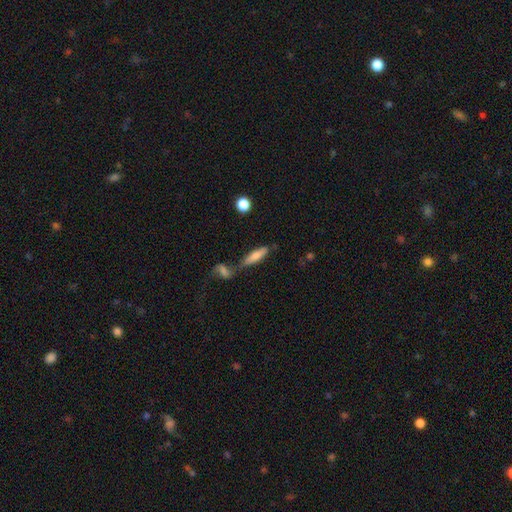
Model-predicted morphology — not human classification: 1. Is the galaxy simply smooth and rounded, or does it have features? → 69% smooth, 24% featured or disk, 8% star or artifact.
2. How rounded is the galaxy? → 65% cigar-shaped, 32% in between, 3% round.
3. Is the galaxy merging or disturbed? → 48% none, 30% merger, 15% minor disturbance, 6% major disturbance.